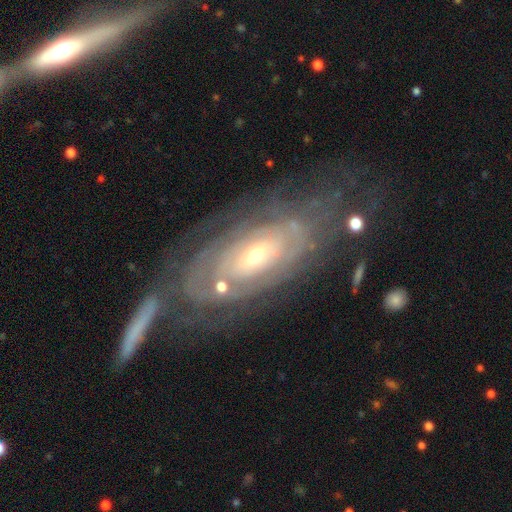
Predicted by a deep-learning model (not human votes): This appears to be a featured or disk galaxy (82%) with no bar (62%), tight (76%) spiral arms (85%) and a small central bulge (58%). Merging: none (64%).